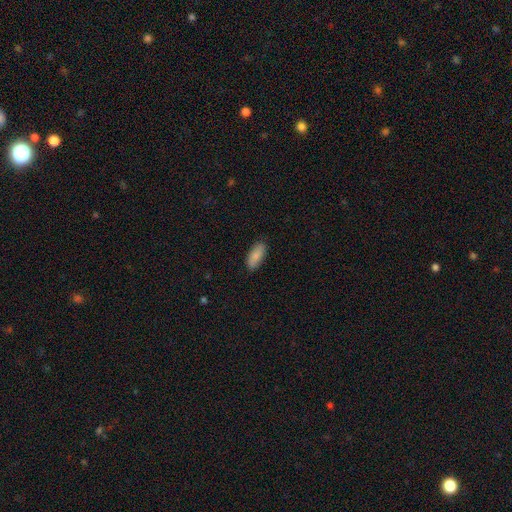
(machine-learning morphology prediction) smooth 88%, featured or disk 6%, star or artifact 6%. Down the decision tree: how rounded — in between (84%); merging — none (87%).